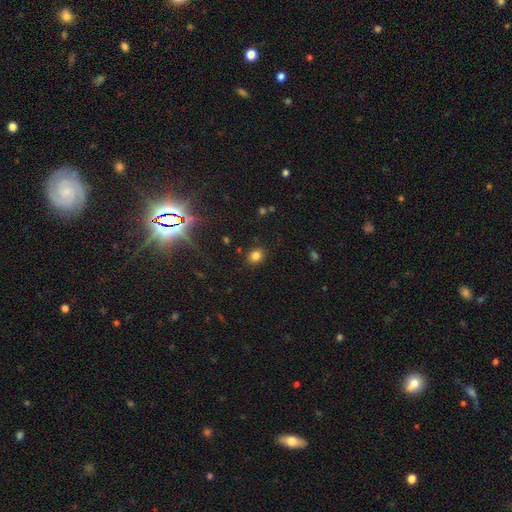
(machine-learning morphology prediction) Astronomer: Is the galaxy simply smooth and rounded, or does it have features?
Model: smooth — 79%.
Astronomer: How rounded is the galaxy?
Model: round — 58% (runner-up: in between, 41%).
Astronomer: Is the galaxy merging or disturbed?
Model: none — 87%.